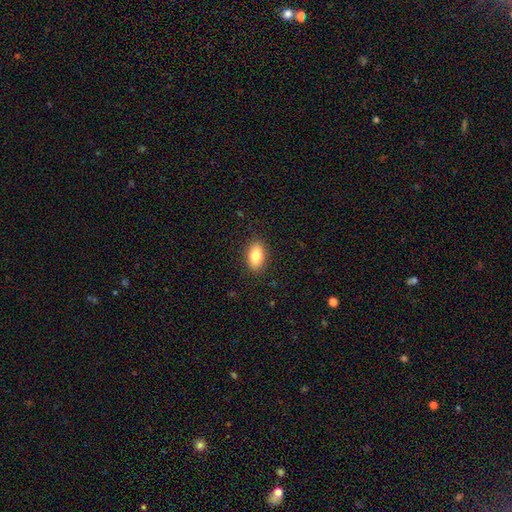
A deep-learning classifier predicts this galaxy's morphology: This appears to be a smooth galaxy with no disk features (83%) that is in between round and cigar-shaped (90%). Merging: none (88%).